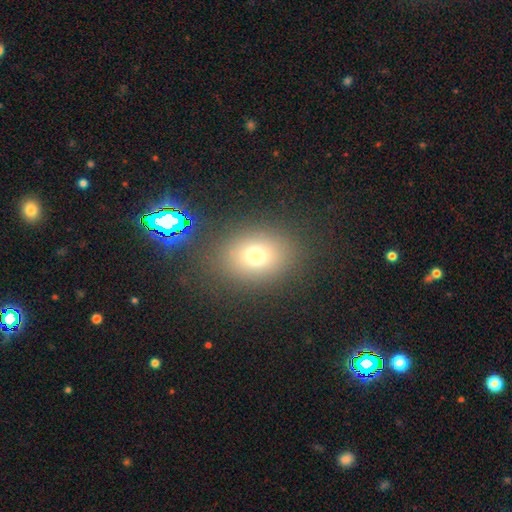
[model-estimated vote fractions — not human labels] Morphology: type=smooth (70%); roundness=in between (53%); merging=none (82%).